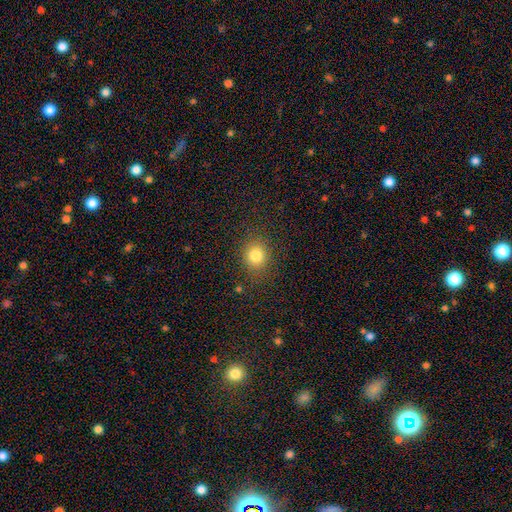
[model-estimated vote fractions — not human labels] The model was most divided on "how rounded": round: 77%, in between: 22%, cigar-shaped: 1%. More confident: merging — none (86%); smooth or featured — smooth (81%).